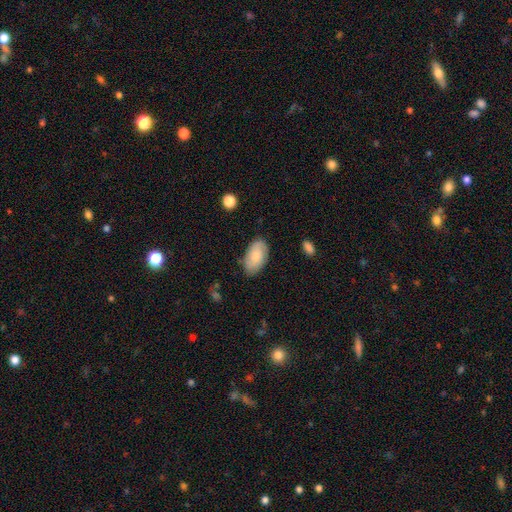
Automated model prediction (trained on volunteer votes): Q: Smooth or featured?
A: smooth (73%); runner-up: featured or disk (21%)
Q: How rounded?
A: in between (94%); runner-up: round (4%)
Q: Merging?
A: none (79%); runner-up: minor disturbance (16%)